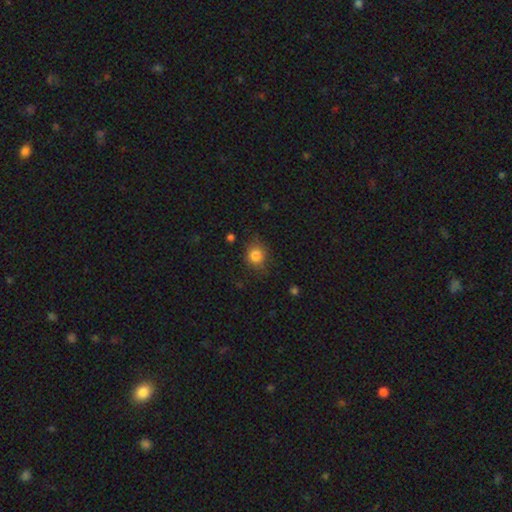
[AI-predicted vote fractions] This is clearly a smooth galaxy (84%). How rounded: likely round (77%). Merging: likely none (75%).